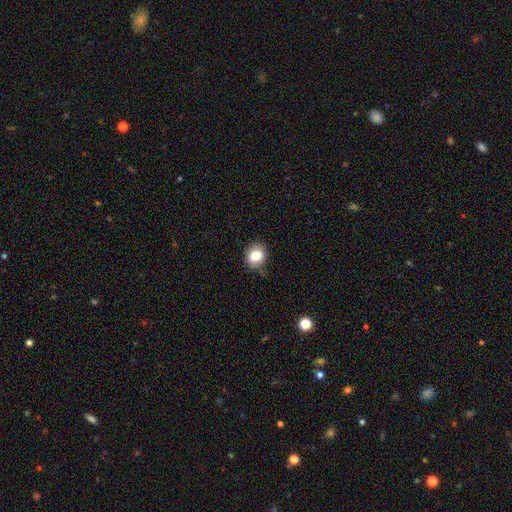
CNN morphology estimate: Smooth or featured? Predicted: smooth (p=0.82). How rounded? Predicted: round (p=0.64). Merging? Predicted: none (p=0.80).